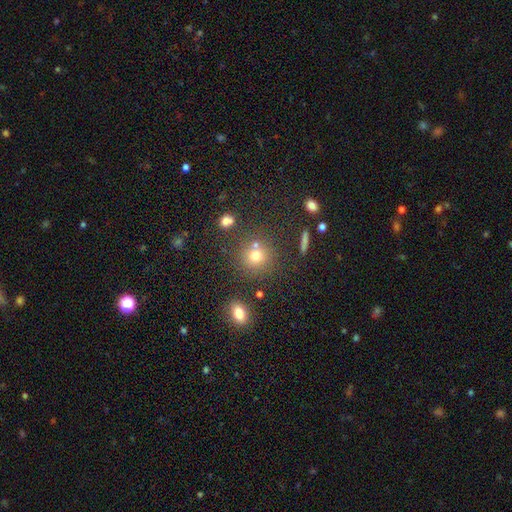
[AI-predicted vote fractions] Smooth or featured? smooth (70%)
How rounded? round (88%)
Merging? none (69%)